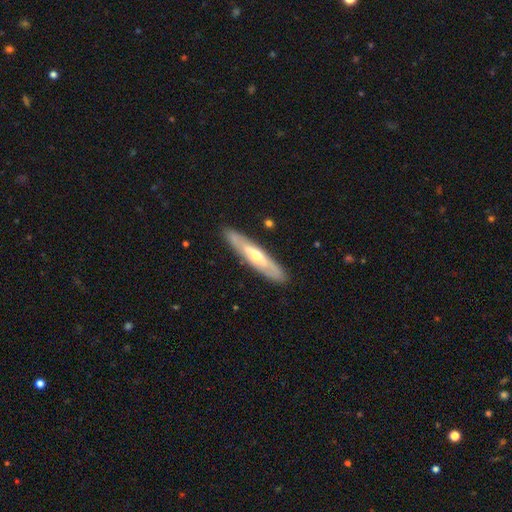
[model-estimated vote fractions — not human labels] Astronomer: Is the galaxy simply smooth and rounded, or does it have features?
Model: featured or disk — 60% (runner-up: smooth, 35%).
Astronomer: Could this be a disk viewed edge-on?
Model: yes — 64%.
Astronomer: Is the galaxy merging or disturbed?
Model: none — 87%.